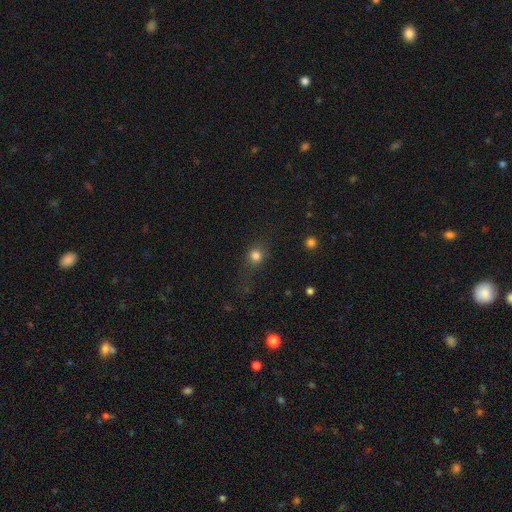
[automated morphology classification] A smooth galaxy with no disk features (78%) that is round (75%). Merging: none (69%).